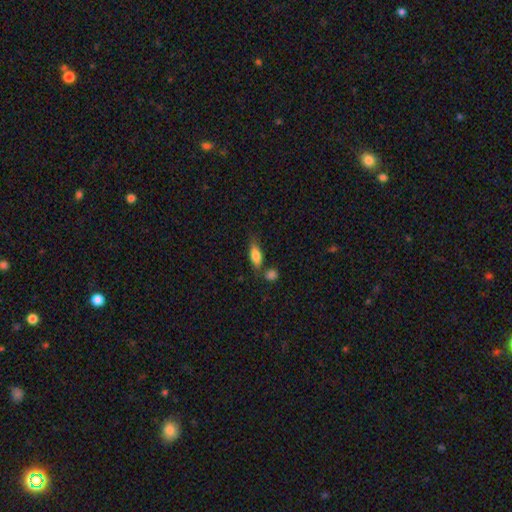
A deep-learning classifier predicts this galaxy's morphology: Q: Smooth or featured?
A: smooth (75%); runner-up: featured or disk (18%)
Q: How rounded?
A: in between (68%); runner-up: cigar-shaped (28%)
Q: Merging?
A: none (63%); runner-up: minor disturbance (19%)